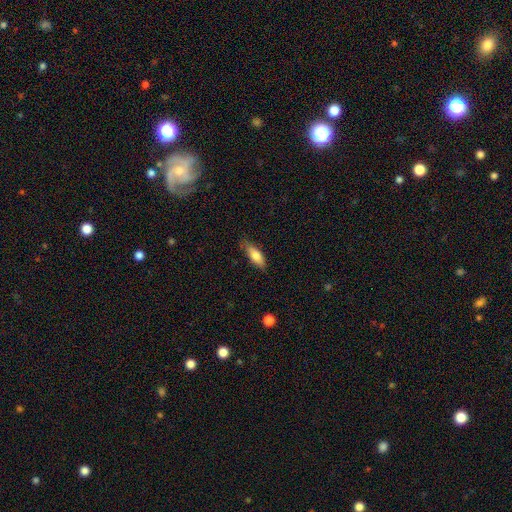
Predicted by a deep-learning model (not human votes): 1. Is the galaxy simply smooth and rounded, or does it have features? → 73% smooth, 20% featured or disk, 6% star or artifact.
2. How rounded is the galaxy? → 55% in between, 43% cigar-shaped, 2% round.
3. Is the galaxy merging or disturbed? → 79% none, 17% minor disturbance, 3% major disturbance, 1% merger.